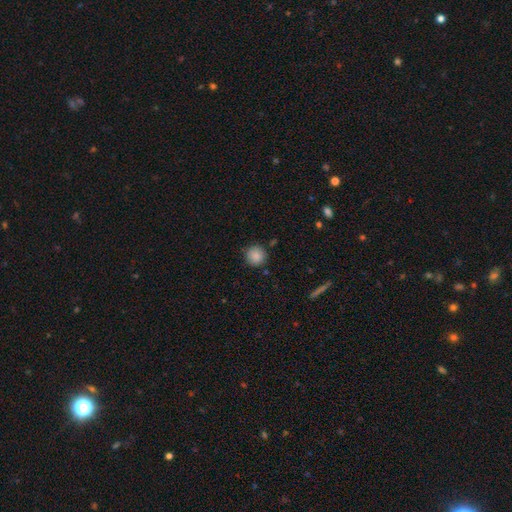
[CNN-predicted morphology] A smooth galaxy with no disk features (87%) that is round (93%). Merging: none (86%).